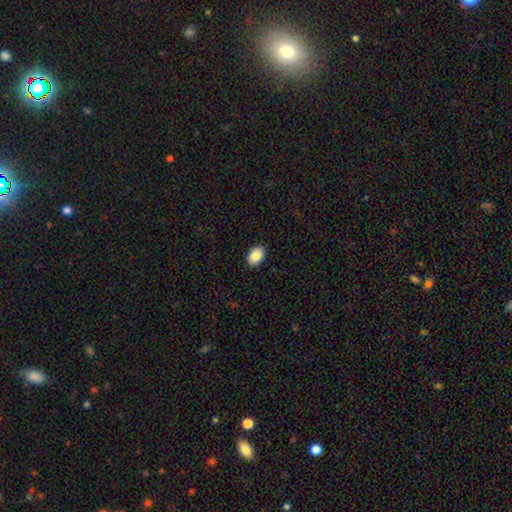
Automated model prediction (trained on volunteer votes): Smooth or featured? Predicted: smooth (p=0.89). How rounded? Predicted: in between (p=0.86). Merging? Predicted: none (p=0.90).